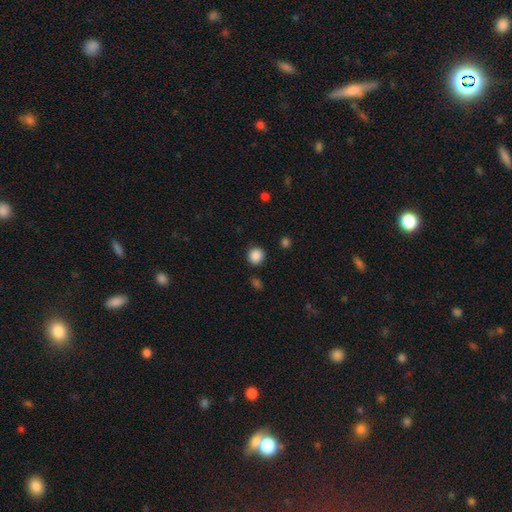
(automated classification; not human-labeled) The model was most divided on "smooth or featured": smooth: 87%, star or artifact: 10%, featured or disk: 3%. More confident: how rounded — round (90%); merging — none (88%).